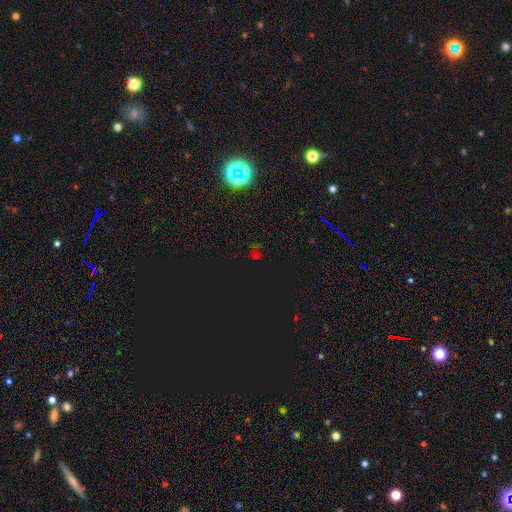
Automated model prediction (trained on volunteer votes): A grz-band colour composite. It shows a star or artifact, not a galaxy (70%).